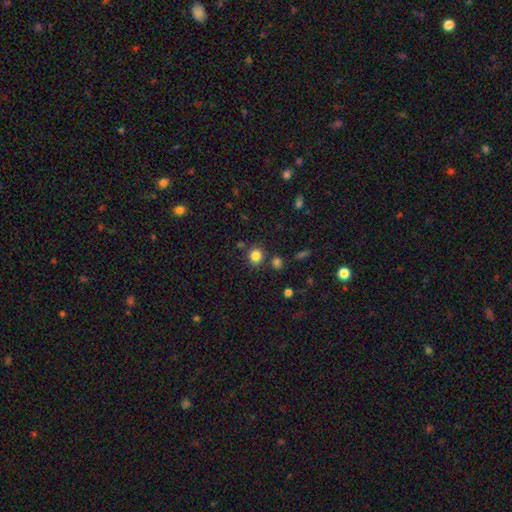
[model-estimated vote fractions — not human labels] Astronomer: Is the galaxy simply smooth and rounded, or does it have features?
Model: smooth — 83%.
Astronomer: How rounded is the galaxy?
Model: round — 87%.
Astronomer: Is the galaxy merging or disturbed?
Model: none — 81%.